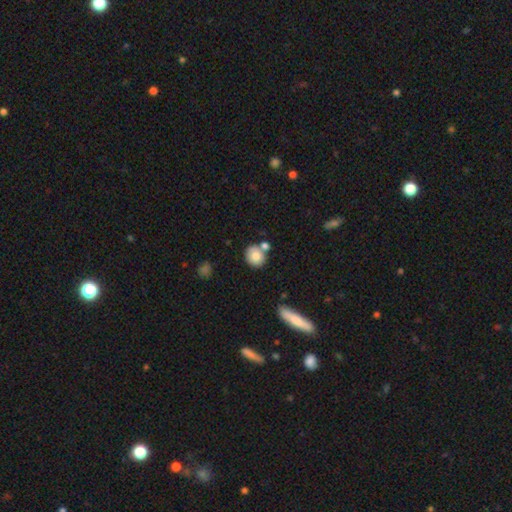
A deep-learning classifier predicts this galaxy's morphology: A smooth galaxy with no disk features (79%) that is round (80%).

Vote fractions:
- Smooth or featured? smooth: 79% / featured or disk: 13% / star or artifact: 8%
- How rounded? round: 80% / in between: 18% / cigar-shaped: 1%
- Merging? none: 62% / merger: 24% / minor disturbance: 11% / major disturbance: 3%